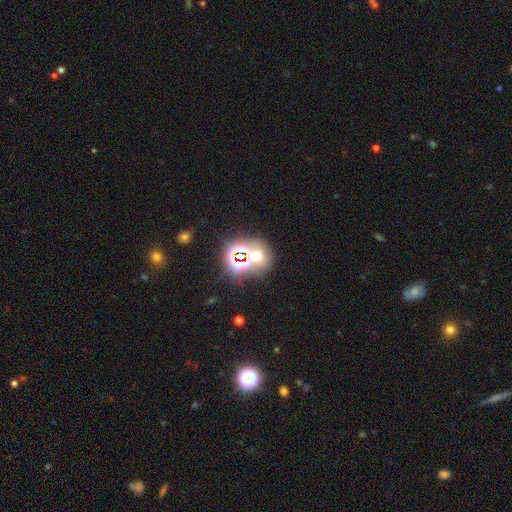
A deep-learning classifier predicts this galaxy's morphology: This appears to be a star or artifact, not a galaxy (47%).